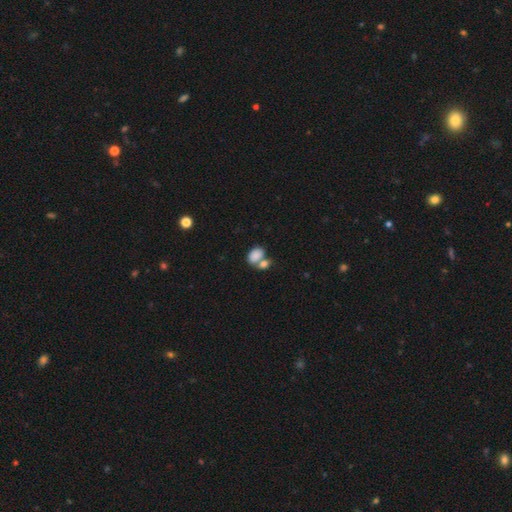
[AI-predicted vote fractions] A smooth galaxy with no disk features (83%) that is in between round and cigar-shaped (81%).

Vote fractions:
- Smooth or featured? smooth: 83% / featured or disk: 9% / star or artifact: 8%
- How rounded? in between: 81% / round: 18% / cigar-shaped: 1%
- Merging? merger: 56% / none: 29% / minor disturbance: 10% / major disturbance: 5%